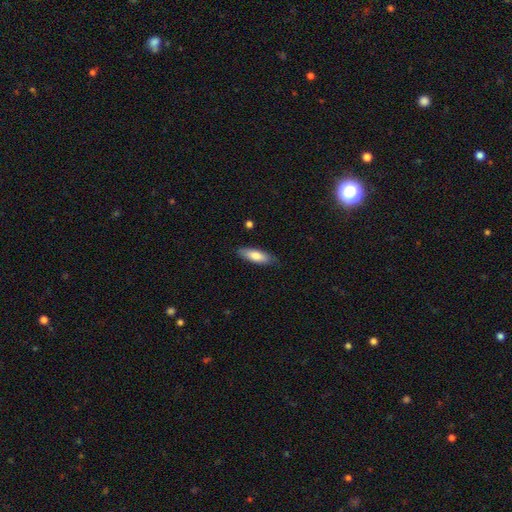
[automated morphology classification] type=smooth (78%); roundness=in between (56%); merging=none (82%).